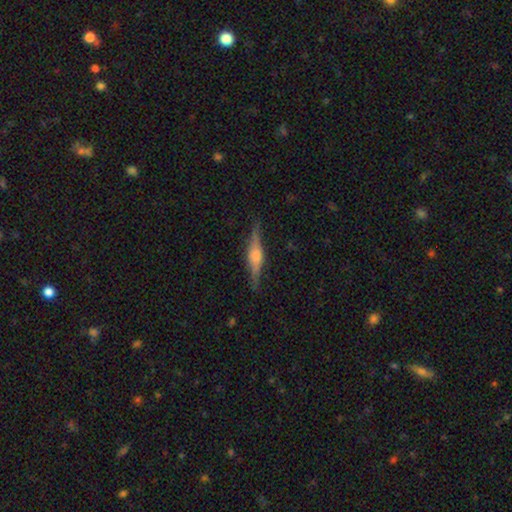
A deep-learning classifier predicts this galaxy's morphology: A featured or disk galaxy (75%) viewed edge-on (97%) with a rounded central bulge (86%).

Vote fractions:
- Smooth or featured? featured or disk: 75% / smooth: 18% / star or artifact: 7%
- Edge-on disk? yes: 97% / no: 3%
- Edge-on bulge? rounded: 86% / boxy: 11% / none: 3%
- Merging? none: 88% / minor disturbance: 9% / major disturbance: 2% / merger: 1%